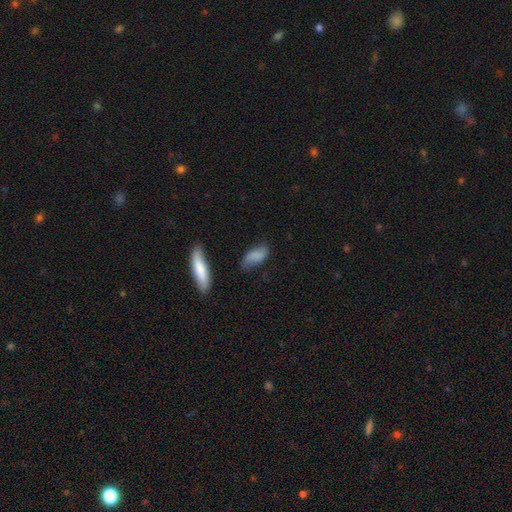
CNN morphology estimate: Overall: smooth (74%). How rounded: in between (85%). Merging: none (58%; minor disturbance 30%).